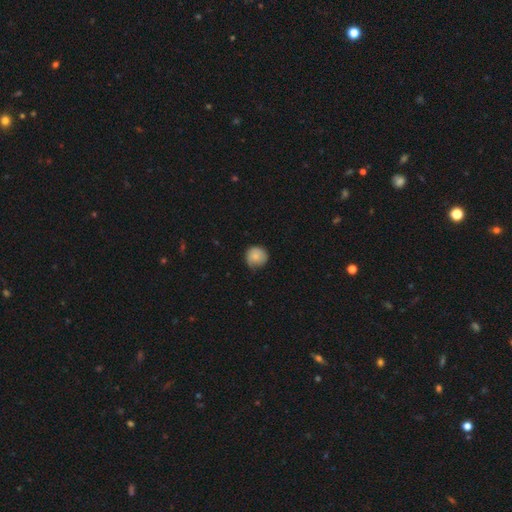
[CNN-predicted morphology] This is clearly a smooth galaxy (80%). How rounded: clearly round (91%). Merging: likely none (65%).